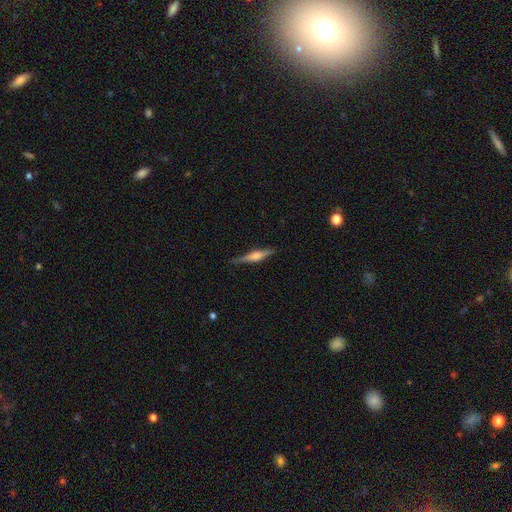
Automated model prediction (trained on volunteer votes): featured or disk 74%, smooth 20%, star or artifact 6%. Down the decision tree: edge-on disk — yes (98%); edge-on bulge — rounded (77%); merging — none (87%).